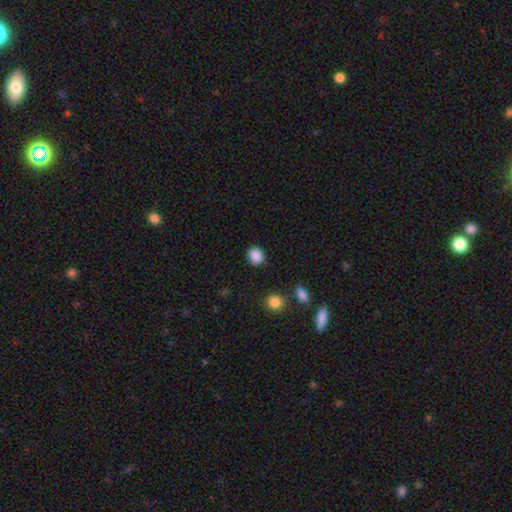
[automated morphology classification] smooth_or_featured: smooth (p=0.88) [alt: star or artifact p=0.09]
how_rounded: round (p=0.82) [alt: in between p=0.17]
merging: none (p=0.86) [alt: minor disturbance p=0.09]